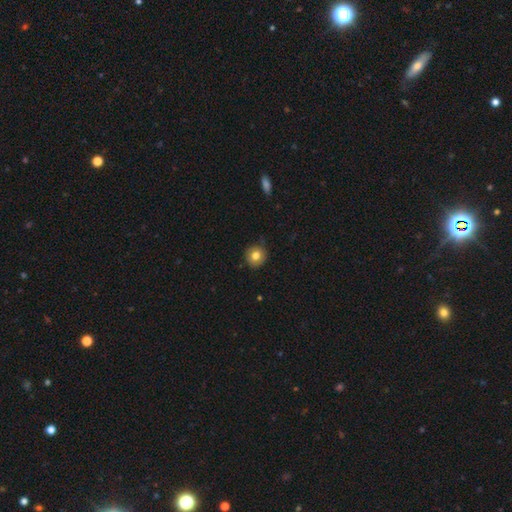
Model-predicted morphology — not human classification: smooth-or-featured: smooth: 80% | featured or disk: 10% | star or artifact: 10%
  how-rounded: round: 91% | in between: 8% | cigar-shaped: 1%
  merging: none: 84% | minor disturbance: 12% | major disturbance: 2% | merger: 1%